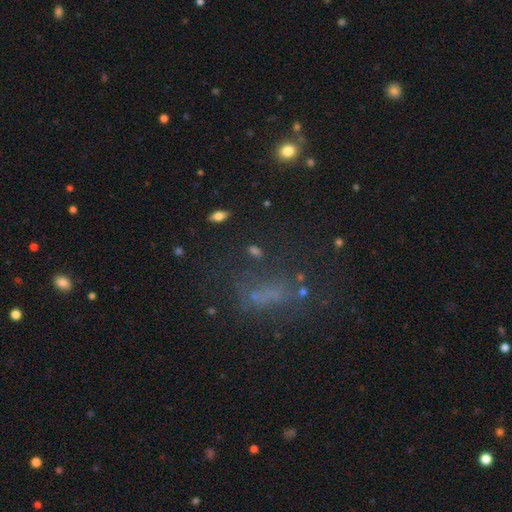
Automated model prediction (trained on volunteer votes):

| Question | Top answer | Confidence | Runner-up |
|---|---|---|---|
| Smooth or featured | smooth | 41% | star or artifact (33%) |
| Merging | none | 49% | major disturbance (25%) |